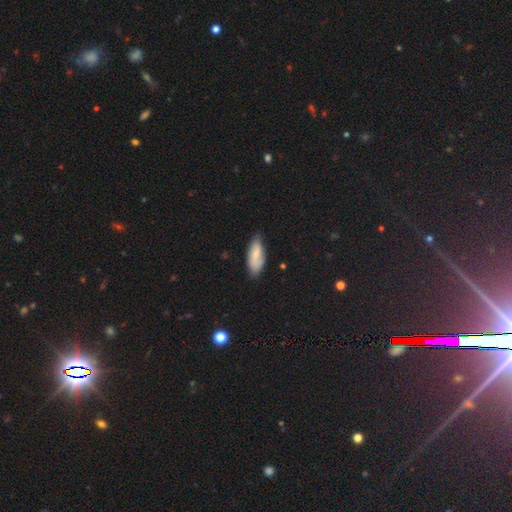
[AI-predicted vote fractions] A smooth galaxy with no disk features (68%) that is in between round and cigar-shaped (80%). Merging: none (69%).